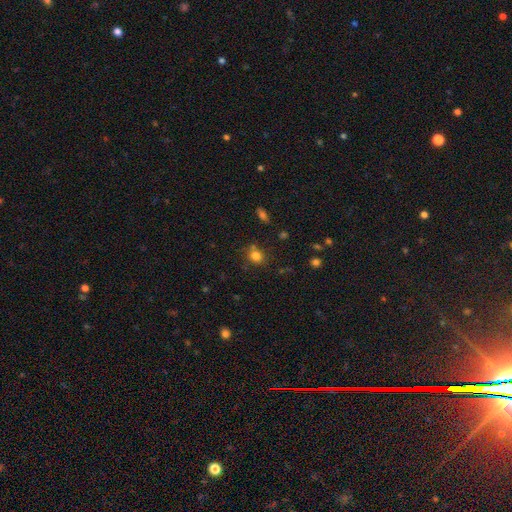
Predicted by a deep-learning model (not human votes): Morphology: type=smooth (80%); roundness=round (73%); merging=none (73%).